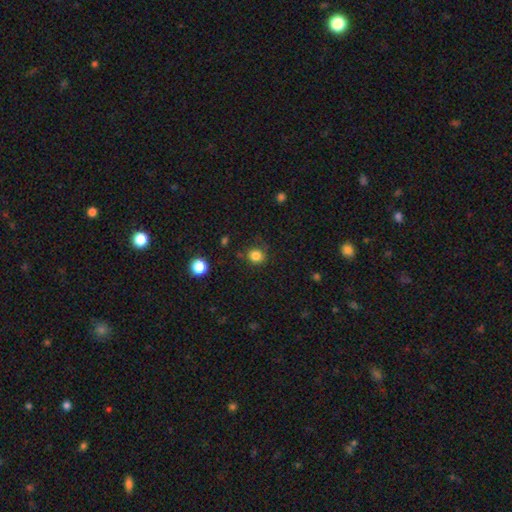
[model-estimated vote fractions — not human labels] Morphology: type=smooth (83%); roundness=round (84%); merging=none (76%).